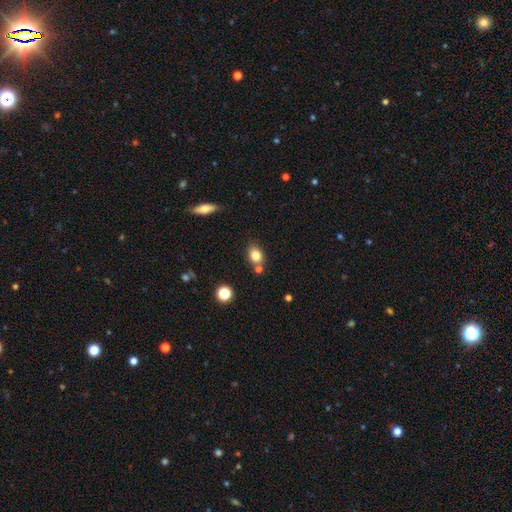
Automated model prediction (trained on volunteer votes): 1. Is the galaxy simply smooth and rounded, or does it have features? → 80% smooth, 11% star or artifact, 8% featured or disk.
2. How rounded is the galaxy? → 53% in between, 46% round, 1% cigar-shaped.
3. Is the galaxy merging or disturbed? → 69% none, 16% merger, 12% minor disturbance, 3% major disturbance.